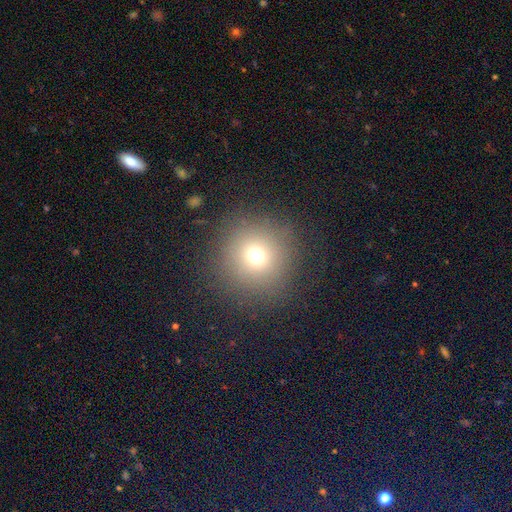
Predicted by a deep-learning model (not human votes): Smooth or featured: smooth — 71% (star or artifact — 19%)
How rounded: round — 95% (in between — 4%)
Merging: none — 88% (minor disturbance — 7%)